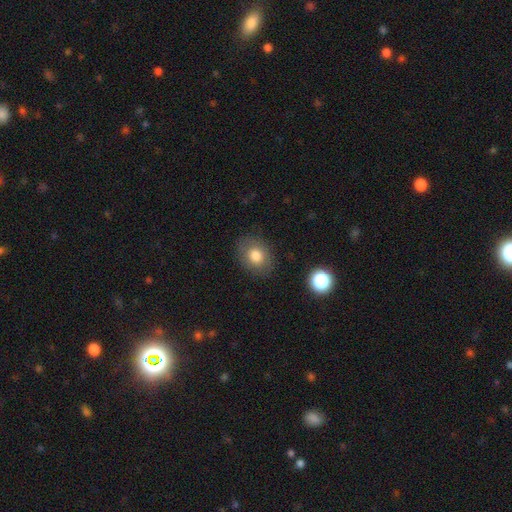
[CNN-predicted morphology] type=smooth (77%); roundness=in between (53%); merging=none (82%).